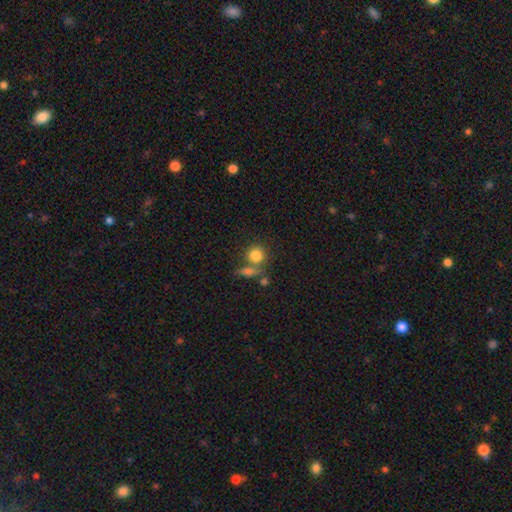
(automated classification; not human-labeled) Smooth or featured? Predicted: smooth (p=0.81). How rounded? Predicted: round (p=0.84). Merging? Predicted: none (p=0.55).